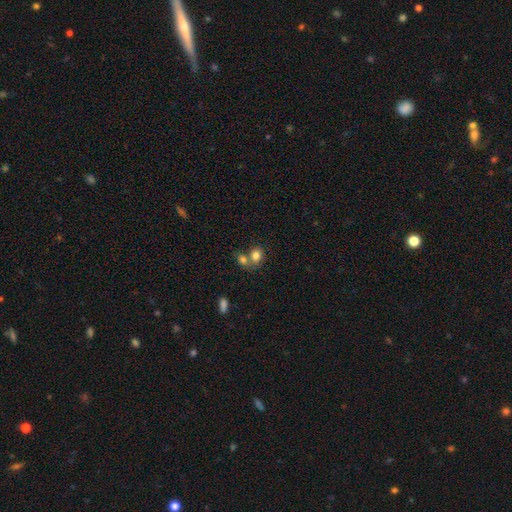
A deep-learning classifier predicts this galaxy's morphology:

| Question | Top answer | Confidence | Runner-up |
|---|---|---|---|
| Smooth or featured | smooth | 81% | star or artifact (10%) |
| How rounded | round | 58% | in between (41%) |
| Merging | merger | 49% | none (38%) |